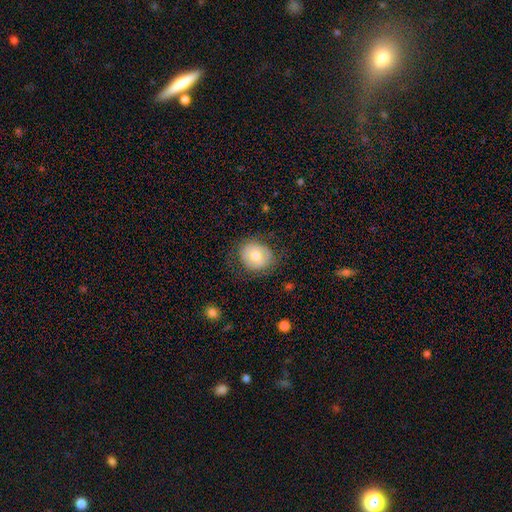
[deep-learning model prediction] The model was most divided on "how rounded": round: 68%, in between: 31%, cigar-shaped: 1%. More confident: merging — none (73%); smooth or featured — smooth (67%).